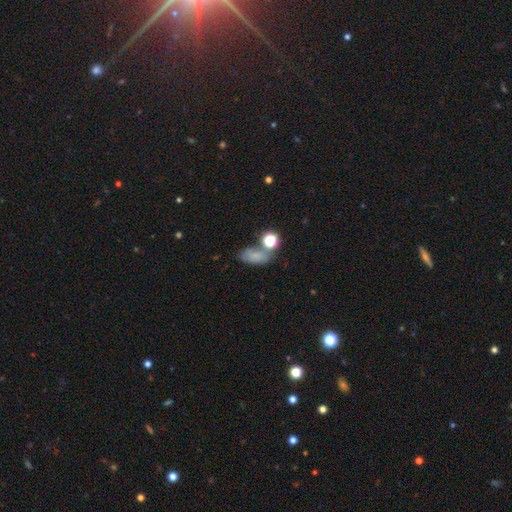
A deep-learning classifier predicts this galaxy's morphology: Overall: smooth (71%). How rounded: in between (82%). Merging: none (52%; merger 21%).